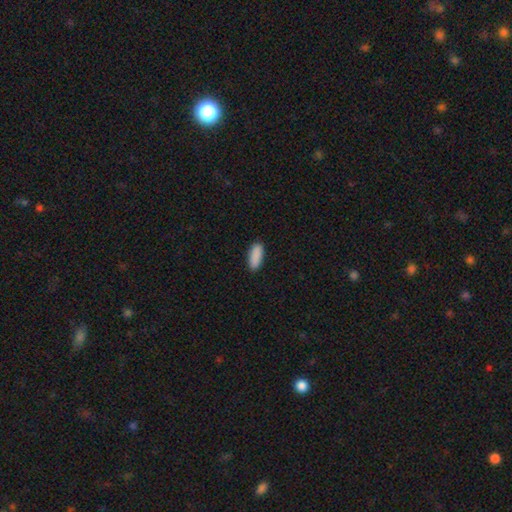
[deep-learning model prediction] Smooth or featured? smooth (90%)
How rounded? in between (70%)
Merging? none (89%)